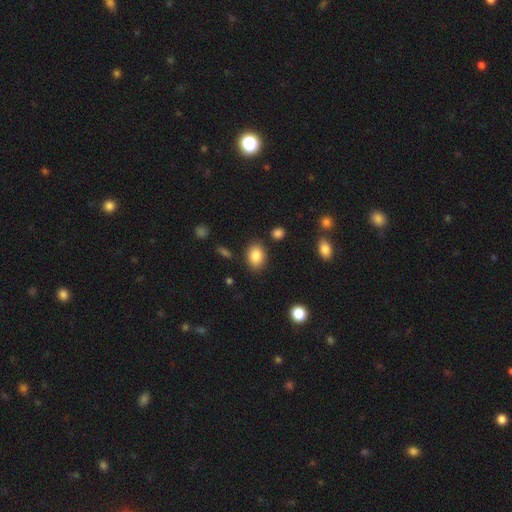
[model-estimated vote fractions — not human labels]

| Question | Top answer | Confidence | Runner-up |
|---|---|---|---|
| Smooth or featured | smooth | 85% | star or artifact (8%) |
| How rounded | in between | 74% | round (25%) |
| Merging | none | 83% | minor disturbance (11%) |